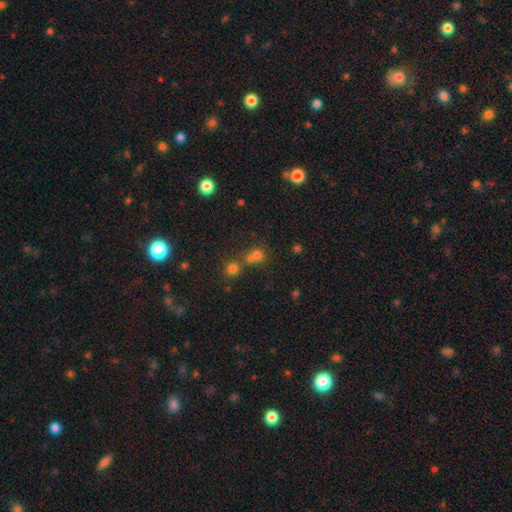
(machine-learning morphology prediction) type=smooth (58%); roundness=round (85%); merging=none (49%).